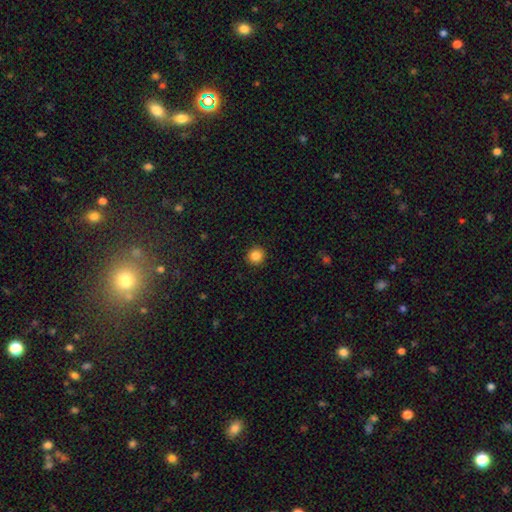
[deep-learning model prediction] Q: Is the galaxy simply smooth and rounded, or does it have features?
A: smooth — 86%.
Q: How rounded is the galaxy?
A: round — 94%.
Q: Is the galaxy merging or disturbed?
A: none — 92%.